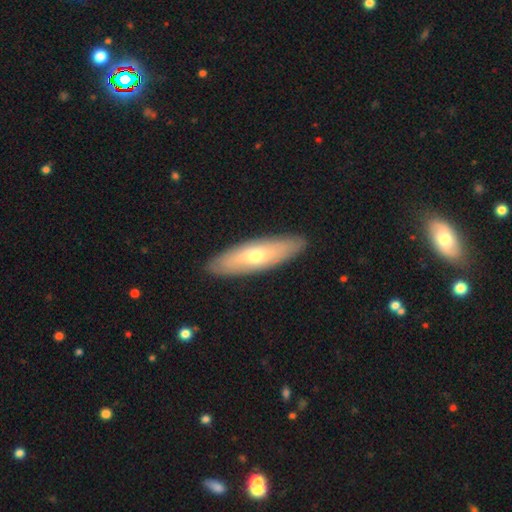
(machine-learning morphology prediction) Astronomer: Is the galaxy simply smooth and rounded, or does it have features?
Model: smooth — 47% (runner-up: featured or disk, 46%).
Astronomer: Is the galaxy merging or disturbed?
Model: none — 90%.